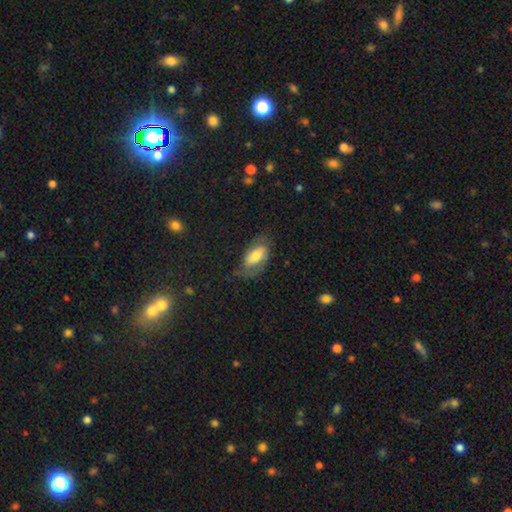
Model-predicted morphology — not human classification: Overall: smooth (58%; featured or disk 35%). How rounded: in between (89%). Merging: none (63%; minor disturbance 23%).